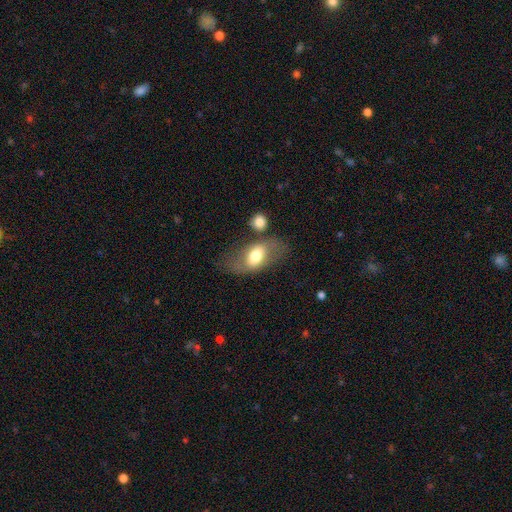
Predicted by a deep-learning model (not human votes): A smooth galaxy with no disk features (58%) that is in between round and cigar-shaped (87%). Merging: none (54%).